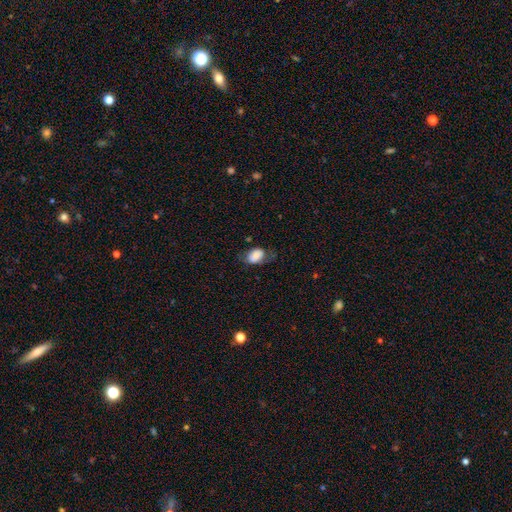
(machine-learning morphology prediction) Smooth or featured?
  - smooth: 76% *
  - featured or disk: 16%
  - star or artifact: 8%
How rounded?
  - in between: 83% *
  - round: 16%
  - cigar-shaped: 1%
Merging?
  - none: 56% *
  - minor disturbance: 27%
  - major disturbance: 14%
  - merger: 2%